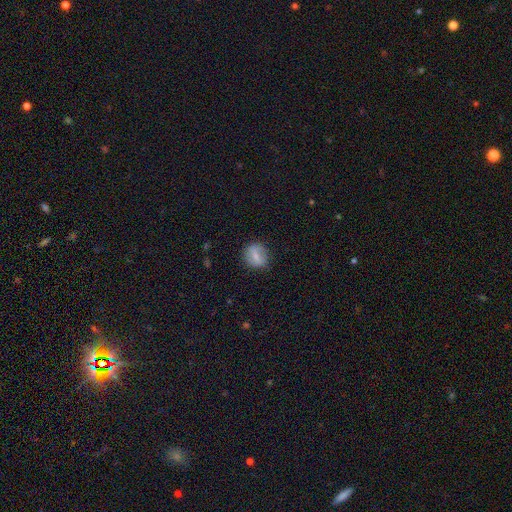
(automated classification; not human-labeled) Overall: smooth (63%; featured or disk 28%). How rounded: round (76%). Merging: none (82%).